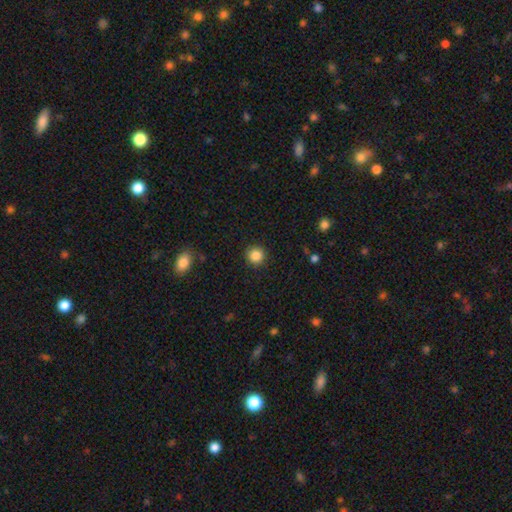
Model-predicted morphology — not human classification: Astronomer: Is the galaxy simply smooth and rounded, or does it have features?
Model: smooth — 85%.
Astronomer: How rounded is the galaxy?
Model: round — 94%.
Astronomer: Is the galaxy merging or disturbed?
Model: none — 91%.